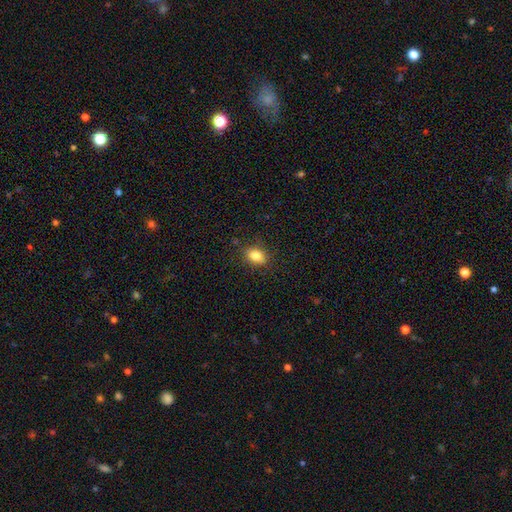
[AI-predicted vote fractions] Q: Smooth or featured?
A: smooth (82%); runner-up: star or artifact (10%)
Q: How rounded?
A: in between (72%); runner-up: round (26%)
Q: Merging?
A: none (84%); runner-up: minor disturbance (12%)